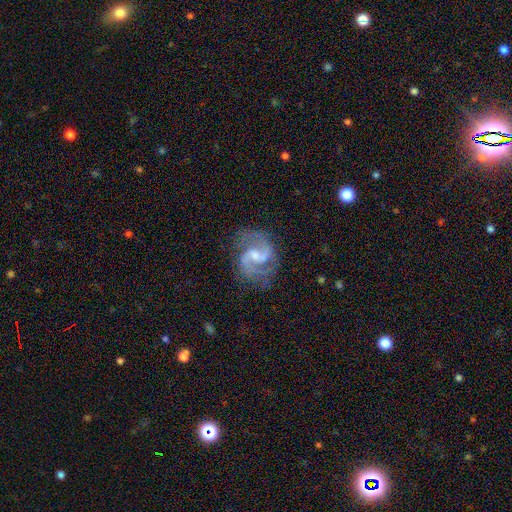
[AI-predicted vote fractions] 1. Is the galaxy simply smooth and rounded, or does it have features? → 90% featured or disk, 5% star or artifact, 5% smooth.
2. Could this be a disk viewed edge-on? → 98% no, 2% yes.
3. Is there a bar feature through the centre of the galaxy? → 58% weak, 25% no, 17% strong.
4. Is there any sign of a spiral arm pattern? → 98% yes, 2% no.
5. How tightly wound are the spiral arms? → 59% medium, 28% loose, 13% tight.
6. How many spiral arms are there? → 92% 2, 2% can't tell, 2% 3, 2% 1, 1% 4, 1% more than 4.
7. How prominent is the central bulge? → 47% small, 35% moderate, 14% none, 3% large, 1% dominant.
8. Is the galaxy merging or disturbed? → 73% none, 17% minor disturbance, 9% major disturbance, 2% merger.